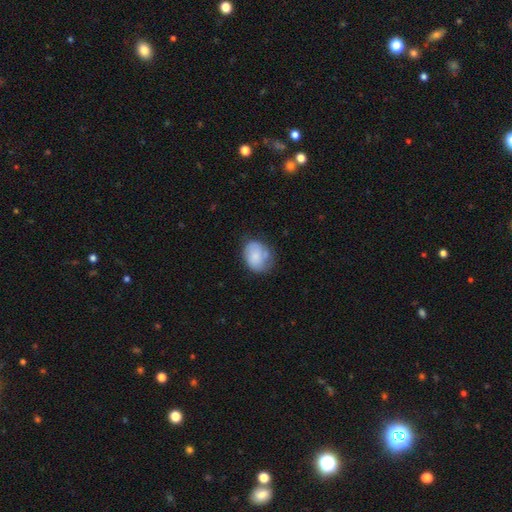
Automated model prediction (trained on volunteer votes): Q: Smooth or featured?
A: smooth (76%); runner-up: featured or disk (17%)
Q: How rounded?
A: in between (62%); runner-up: round (37%)
Q: Merging?
A: none (53%); runner-up: minor disturbance (31%)